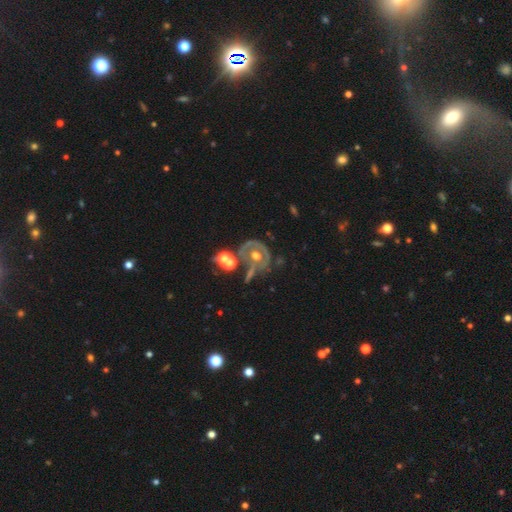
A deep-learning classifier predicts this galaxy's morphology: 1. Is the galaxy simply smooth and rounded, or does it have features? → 67% featured or disk, 22% smooth, 11% star or artifact.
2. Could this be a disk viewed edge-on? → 95% no, 5% yes.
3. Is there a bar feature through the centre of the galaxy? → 81% no, 14% weak, 5% strong.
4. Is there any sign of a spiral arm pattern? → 55% no, 45% yes.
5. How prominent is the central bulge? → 70% moderate, 13% large, 12% small, 3% none, 2% dominant.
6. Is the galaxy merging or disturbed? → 42% none, 21% merger, 19% minor disturbance, 19% major disturbance.